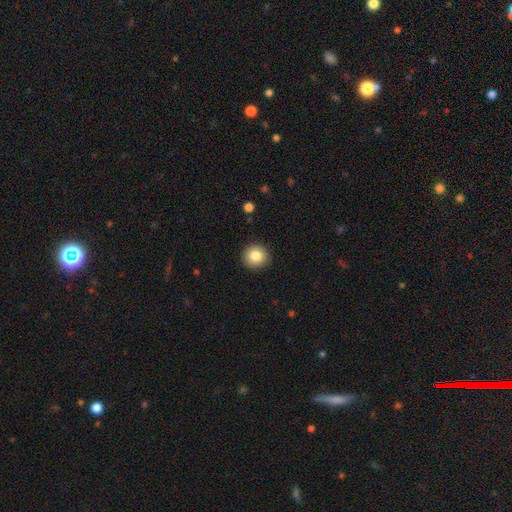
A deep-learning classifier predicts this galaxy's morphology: type=smooth (83%); roundness=round (91%); merging=none (91%).